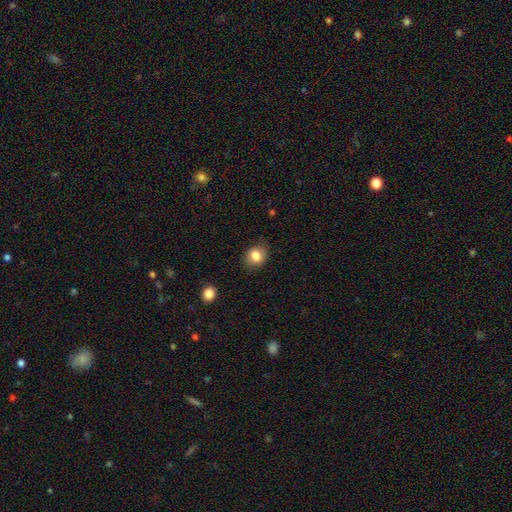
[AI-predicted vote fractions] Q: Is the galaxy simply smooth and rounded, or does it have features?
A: smooth — 83%.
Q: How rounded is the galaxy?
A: round — 57%.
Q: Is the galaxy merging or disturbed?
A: none — 81%.